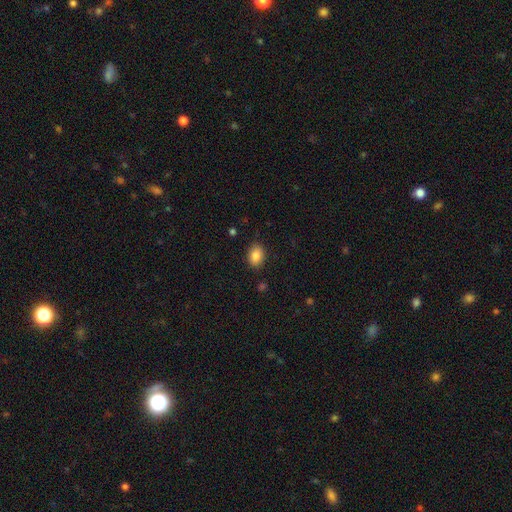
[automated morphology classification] Smooth or featured? Predicted: smooth (p=0.86). How rounded? Predicted: in between (p=0.74). Merging? Predicted: none (p=0.87).